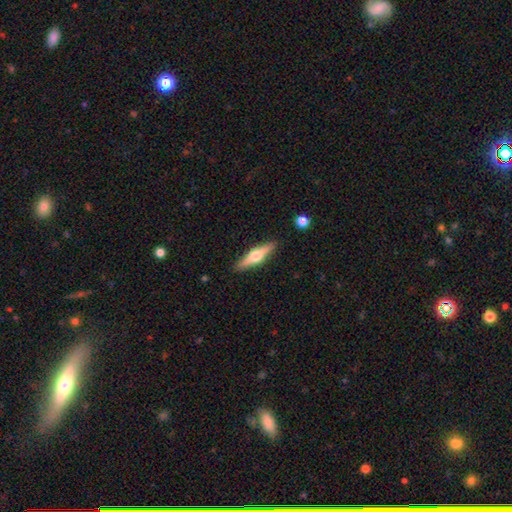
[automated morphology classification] smooth_or_featured: featured or disk (p=0.63) [alt: smooth p=0.32]
disk_edge_on: yes (p=0.96) [alt: no p=0.04]
edge_on_bulge: rounded (p=0.95) [alt: boxy p=0.03]
merging: none (p=0.89) [alt: minor disturbance p=0.08]